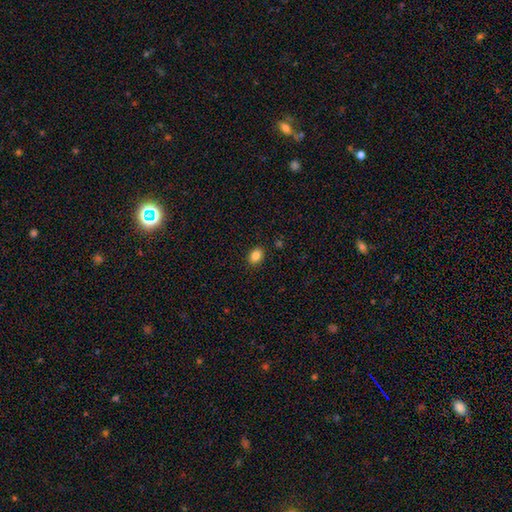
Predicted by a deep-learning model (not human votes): A smooth galaxy with no disk features (86%) that is in between round and cigar-shaped (66%).

Vote fractions:
- Smooth or featured? smooth: 86% / star or artifact: 10% / featured or disk: 4%
- How rounded? in between: 66% / round: 33% / cigar-shaped: 1%
- Merging? none: 89% / minor disturbance: 8% / major disturbance: 2% / merger: 1%